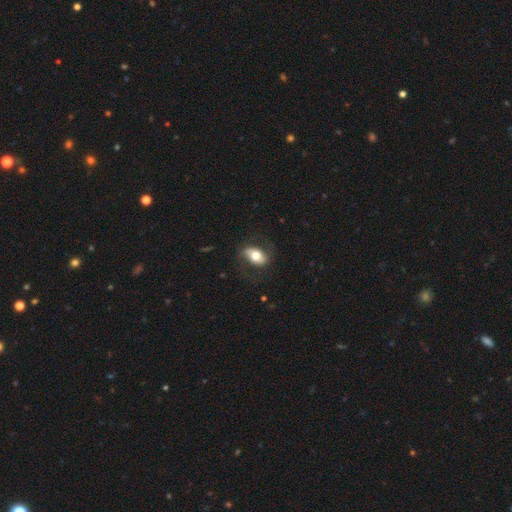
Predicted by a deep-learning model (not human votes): Morphology: type=smooth (51%); roundness=in between (86%); merging=none (71%).